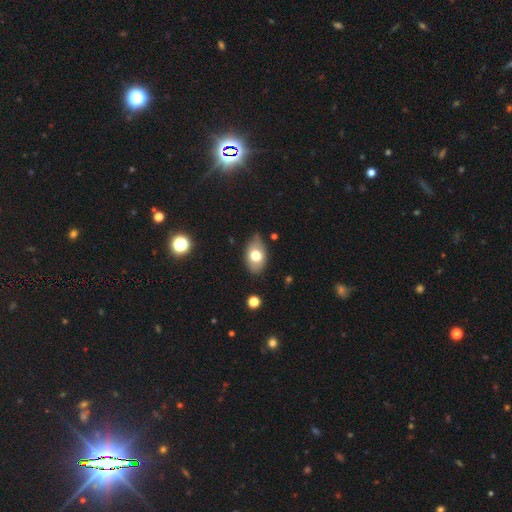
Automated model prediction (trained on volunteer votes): The model was most divided on "smooth or featured": smooth: 70%, featured or disk: 22%, star or artifact: 9%. More confident: how rounded — in between (85%); merging — none (73%).